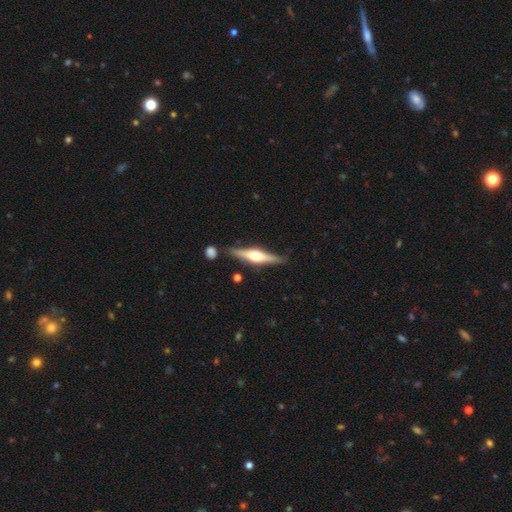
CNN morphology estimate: Smooth or featured: featured or disk — 72% (smooth — 23%)
Edge-on disk: yes — 97% (no — 3%)
Edge-on bulge: rounded — 93% (boxy — 5%)
Merging: none — 82% (minor disturbance — 11%)